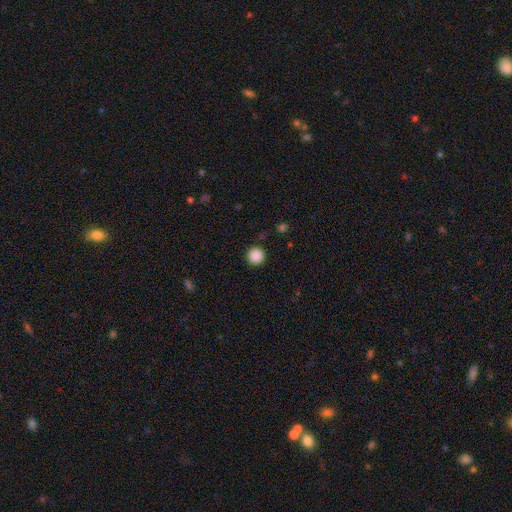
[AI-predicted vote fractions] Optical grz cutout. It shows a smooth galaxy with no disk features (88%) that is round (95%). Merging: none (91%).